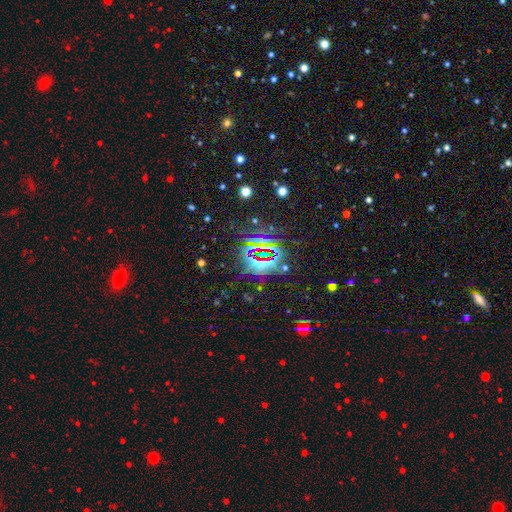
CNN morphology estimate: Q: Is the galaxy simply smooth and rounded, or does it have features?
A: star or artifact — 83%.